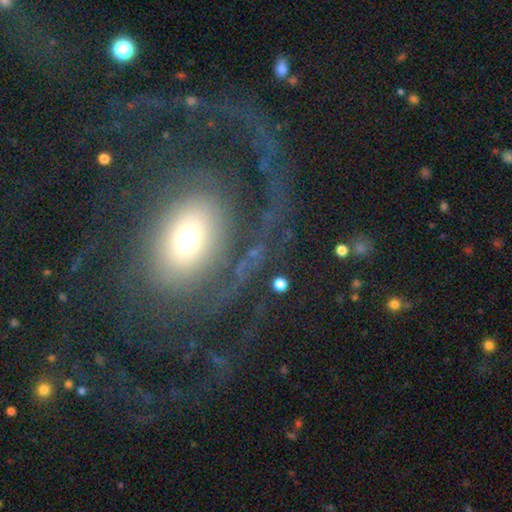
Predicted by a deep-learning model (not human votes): A featured or disk galaxy (68%) with no bar (73%), spiral arms (72%) and a moderate central bulge (56%). Merging: none (51%).